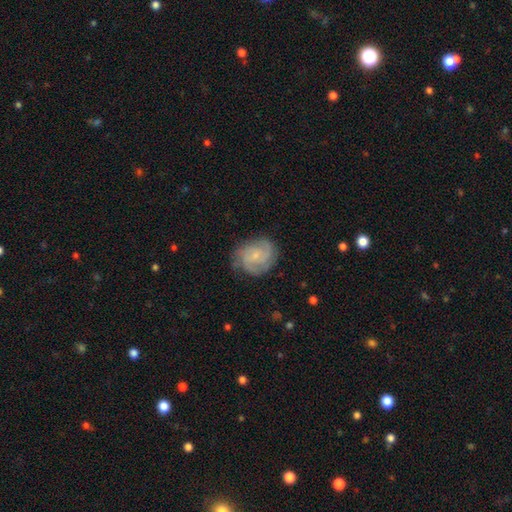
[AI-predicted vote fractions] A featured or disk galaxy (75%) with no bar (65%), 2 (31%) tight (51%) spiral arms (95%) and a small central bulge (74%). Merging: none (73%).